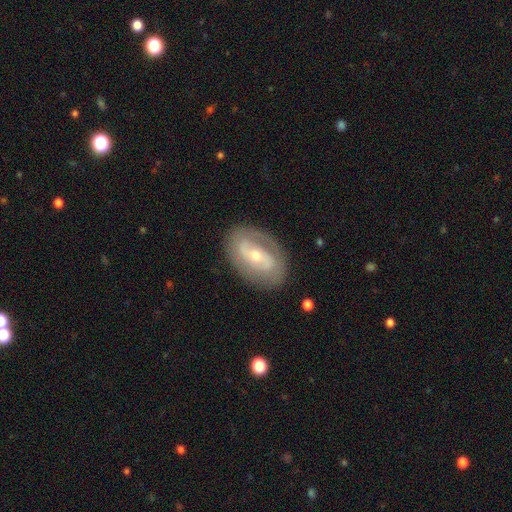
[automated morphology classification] featured or disk 73%, smooth 21%, star or artifact 6%. Down the decision tree: edge-on disk — no (93%); bar — no (41%); spiral arms — yes (69%); bulge size — small (53%); merging — none (80%).